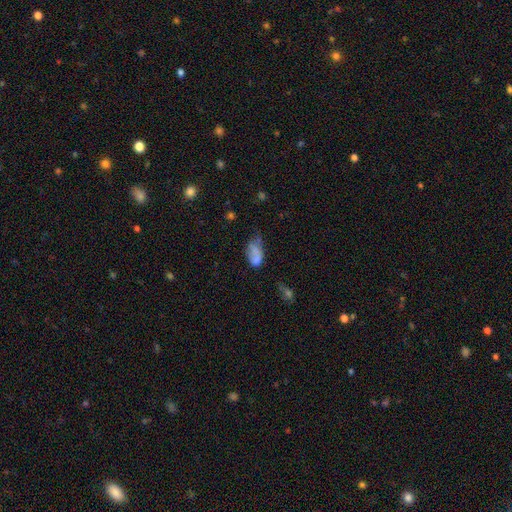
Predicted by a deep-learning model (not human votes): Smooth or featured? smooth (65%)
How rounded? in between (89%)
Merging? minor disturbance (32%)